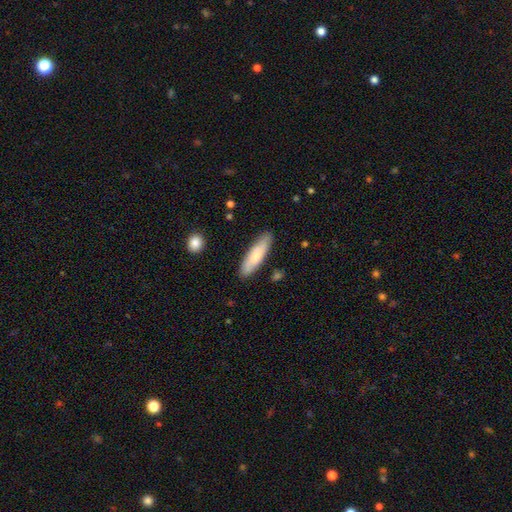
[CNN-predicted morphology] A smooth galaxy with no disk features (70%) that is cigar-shaped (63%).

Vote fractions:
- Smooth or featured? smooth: 70% / featured or disk: 24% / star or artifact: 5%
- How rounded? cigar-shaped: 63% / in between: 35% / round: 2%
- Merging? none: 85% / minor disturbance: 11% / major disturbance: 2% / merger: 2%